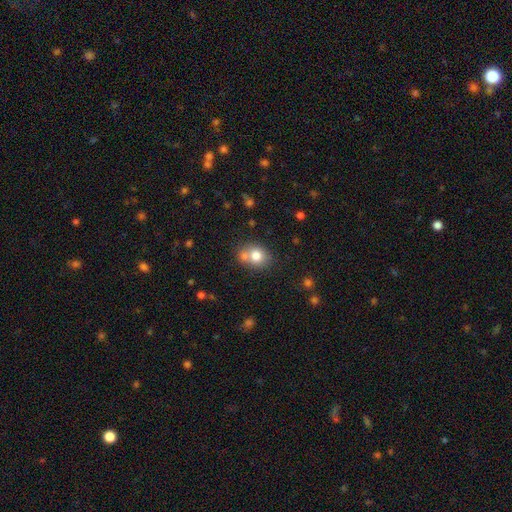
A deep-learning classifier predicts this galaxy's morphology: Overall: smooth (77%). How rounded: round (62%; in between 37%). Merging: none (54%; merger 29%).